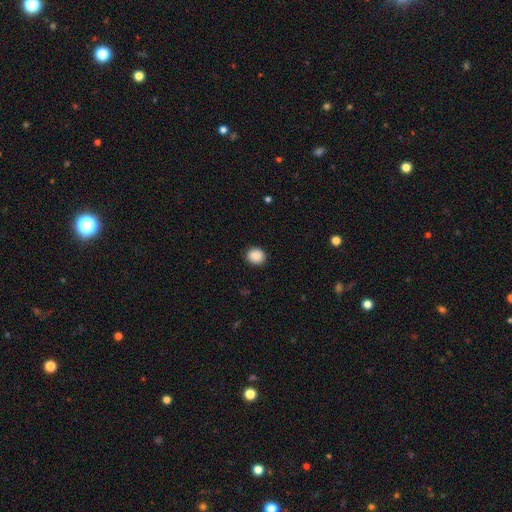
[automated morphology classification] Smooth or featured? Predicted: smooth (p=0.89). How rounded? Predicted: round (p=0.79). Merging? Predicted: none (p=0.90).